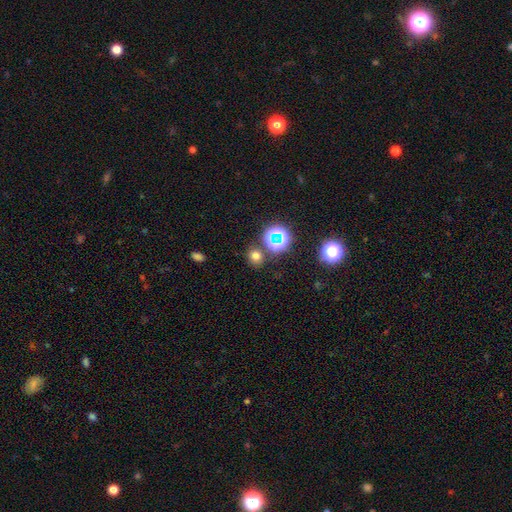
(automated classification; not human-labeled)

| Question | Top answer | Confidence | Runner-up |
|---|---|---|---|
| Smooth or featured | smooth | 68% | star or artifact (26%) |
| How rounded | round | 74% | in between (25%) |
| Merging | none | 80% | minor disturbance (9%) |